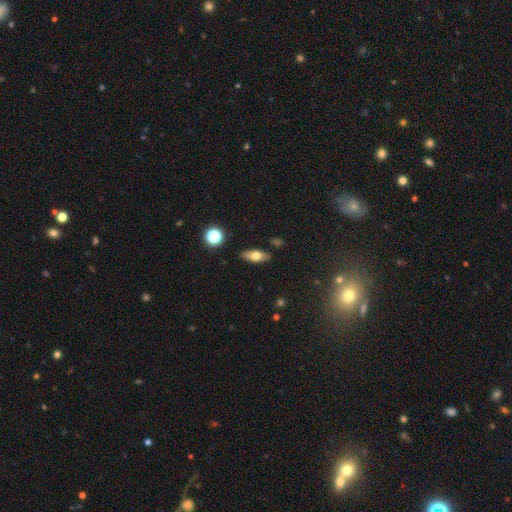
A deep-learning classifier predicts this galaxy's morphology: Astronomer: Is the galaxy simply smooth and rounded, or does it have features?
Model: smooth — 67%.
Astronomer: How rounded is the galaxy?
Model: in between — 78%.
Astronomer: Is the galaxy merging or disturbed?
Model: none — 85%.